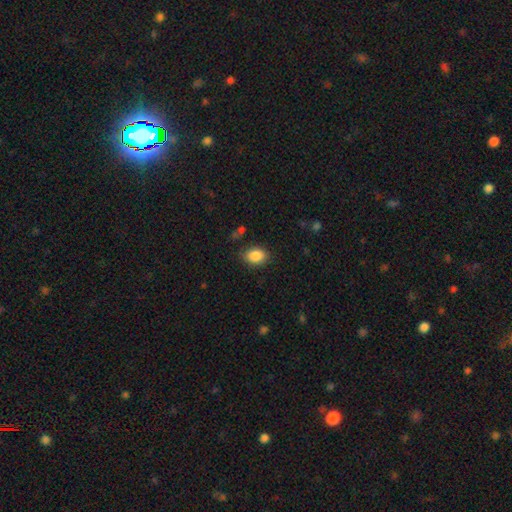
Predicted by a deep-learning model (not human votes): Morphology: type=smooth (88%); roundness=in between (76%); merging=none (82%).